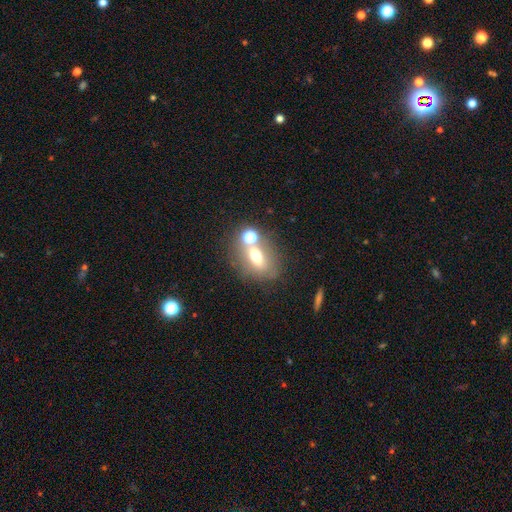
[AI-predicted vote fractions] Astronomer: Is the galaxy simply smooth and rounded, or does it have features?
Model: smooth — 59%.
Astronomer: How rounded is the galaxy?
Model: in between — 68%.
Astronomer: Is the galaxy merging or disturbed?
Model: none — 53% (runner-up: merger, 29%).